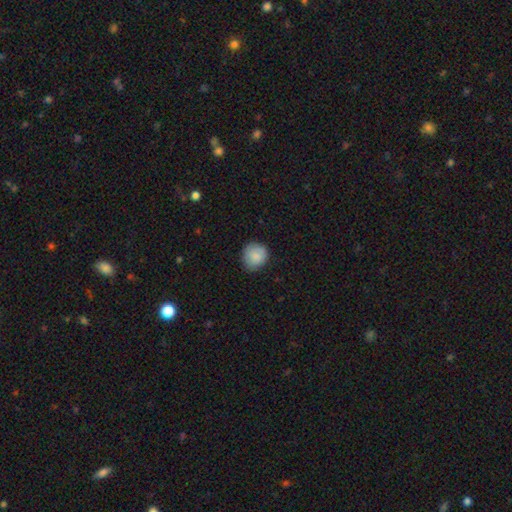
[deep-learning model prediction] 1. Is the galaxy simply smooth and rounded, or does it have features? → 85% smooth, 7% featured or disk, 7% star or artifact.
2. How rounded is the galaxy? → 86% round, 13% in between, 1% cigar-shaped.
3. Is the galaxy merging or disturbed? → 76% none, 19% minor disturbance, 3% major disturbance, 1% merger.